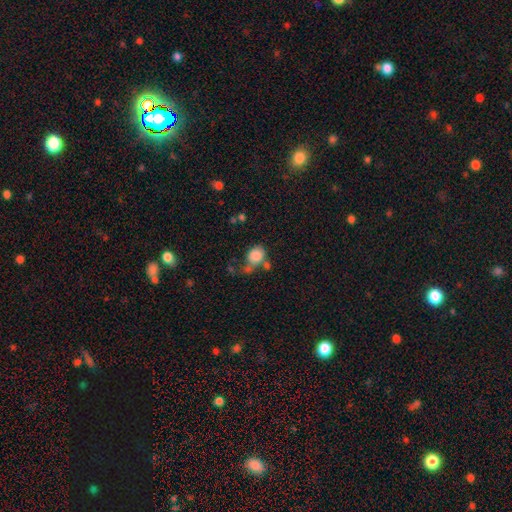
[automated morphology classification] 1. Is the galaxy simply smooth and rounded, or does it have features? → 83% smooth, 9% star or artifact, 8% featured or disk.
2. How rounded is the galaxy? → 61% round, 38% in between, 1% cigar-shaped.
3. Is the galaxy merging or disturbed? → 39% none, 24% merger, 21% minor disturbance, 16% major disturbance.